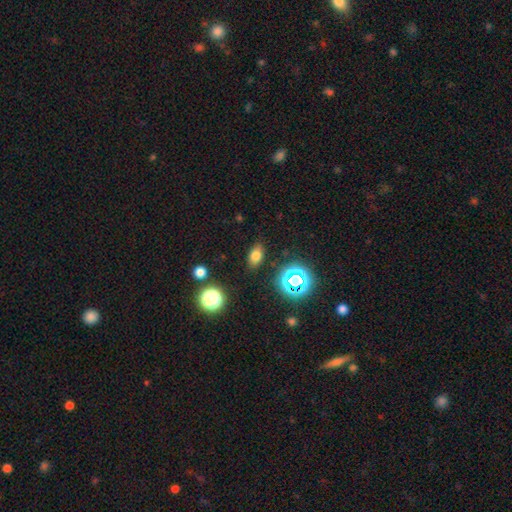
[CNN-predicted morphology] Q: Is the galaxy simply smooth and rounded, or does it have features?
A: smooth — 72%.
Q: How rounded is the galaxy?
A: in between — 83%.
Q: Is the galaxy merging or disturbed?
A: none — 86%.